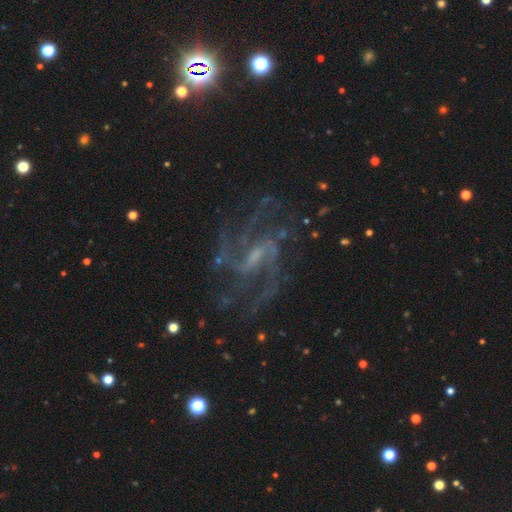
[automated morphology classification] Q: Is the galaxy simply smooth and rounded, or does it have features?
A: featured or disk — 87%.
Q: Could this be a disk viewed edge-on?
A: no — 97%.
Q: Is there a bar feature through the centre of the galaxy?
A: weak — 54%.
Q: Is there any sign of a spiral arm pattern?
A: yes — 97%.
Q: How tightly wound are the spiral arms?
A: medium — 54%.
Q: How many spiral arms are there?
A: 2 — 27%.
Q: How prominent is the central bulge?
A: small — 52%.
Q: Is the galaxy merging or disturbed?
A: none — 71%.